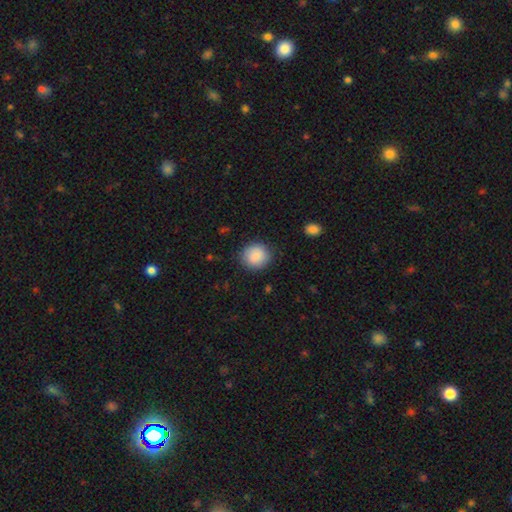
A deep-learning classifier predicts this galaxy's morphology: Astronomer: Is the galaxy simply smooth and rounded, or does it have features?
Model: smooth — 87%.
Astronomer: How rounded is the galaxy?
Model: round — 88%.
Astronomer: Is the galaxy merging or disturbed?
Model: none — 87%.